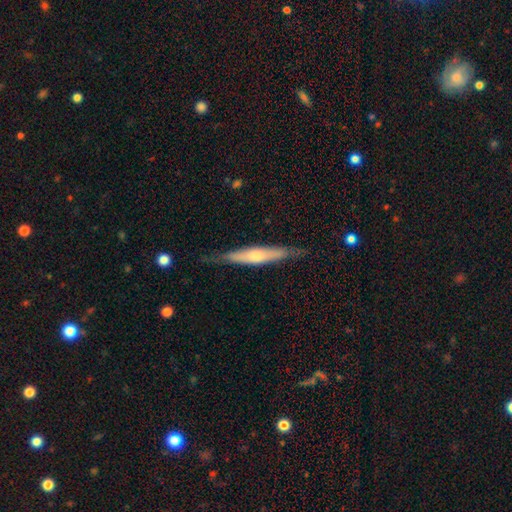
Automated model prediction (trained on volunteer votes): featured or disk 50%, smooth 45%, star or artifact 5%. Down the decision tree: merging — none (79%).